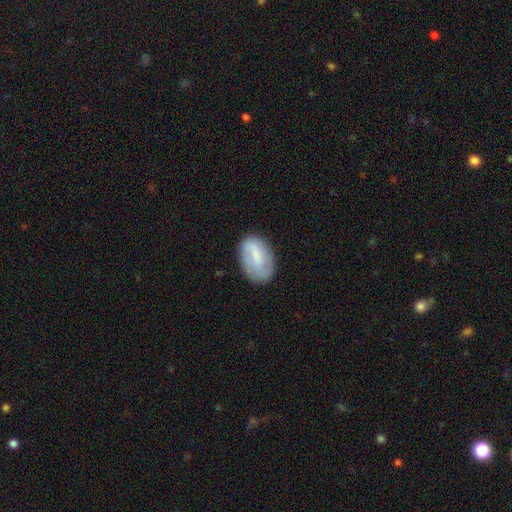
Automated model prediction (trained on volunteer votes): Q: Smooth or featured?
A: smooth (61%); runner-up: featured or disk (33%)
Q: How rounded?
A: in between (91%); runner-up: round (8%)
Q: Merging?
A: none (71%); runner-up: minor disturbance (21%)